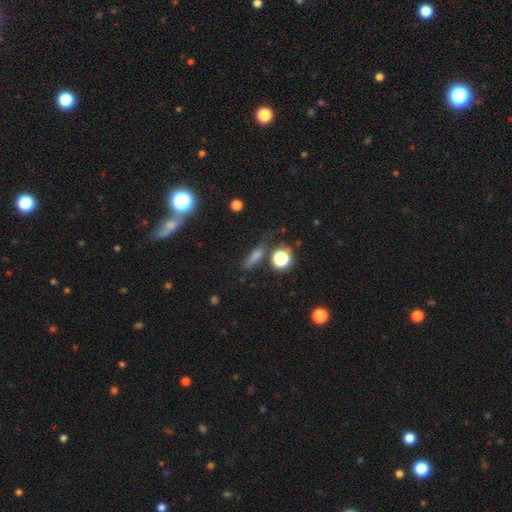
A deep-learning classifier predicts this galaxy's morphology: Smooth or featured: smooth — 60% (star or artifact — 23%)
How rounded: cigar-shaped — 47% (in between — 35%)
Merging: none — 64% (minor disturbance — 19%)